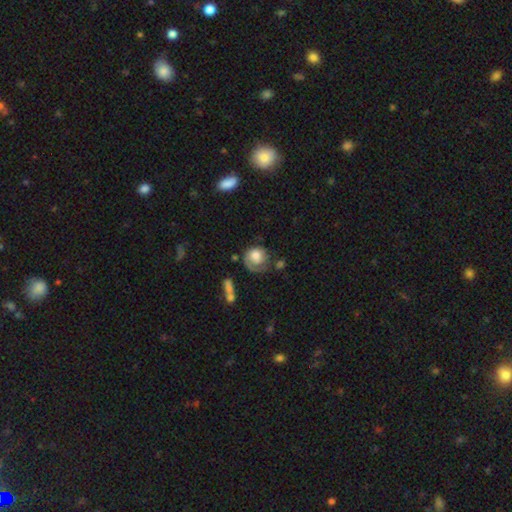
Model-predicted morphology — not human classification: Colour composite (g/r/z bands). It shows a smooth galaxy with no disk features (49%). Merging: none (46%).